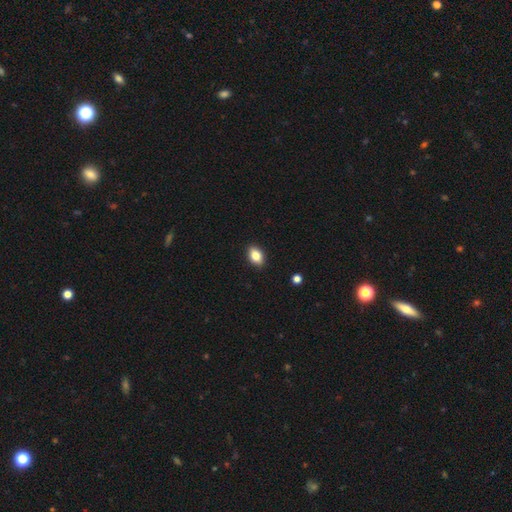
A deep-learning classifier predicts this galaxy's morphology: Overall: smooth (84%). How rounded: in between (86%). Merging: none (89%).